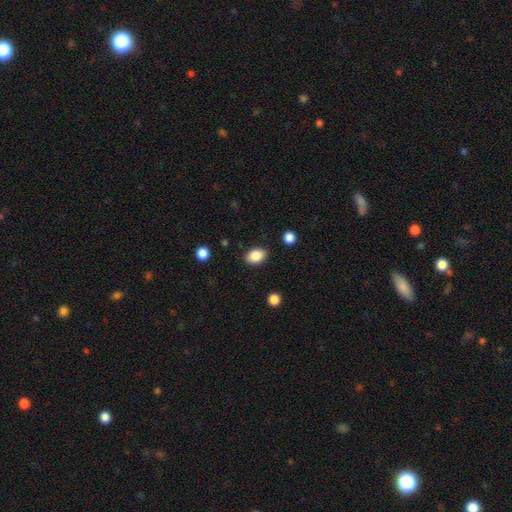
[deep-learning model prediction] Smooth or featured?
  - smooth: 87% *
  - star or artifact: 8%
  - featured or disk: 5%
How rounded?
  - in between: 83% *
  - round: 15%
  - cigar-shaped: 1%
Merging?
  - none: 85% *
  - minor disturbance: 10%
  - major disturbance: 3%
  - merger: 2%